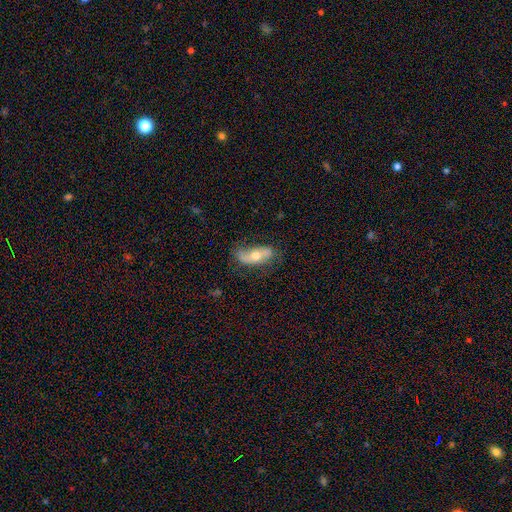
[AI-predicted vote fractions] This is possibly a smooth galaxy (49%). Merging: possibly none (57%).